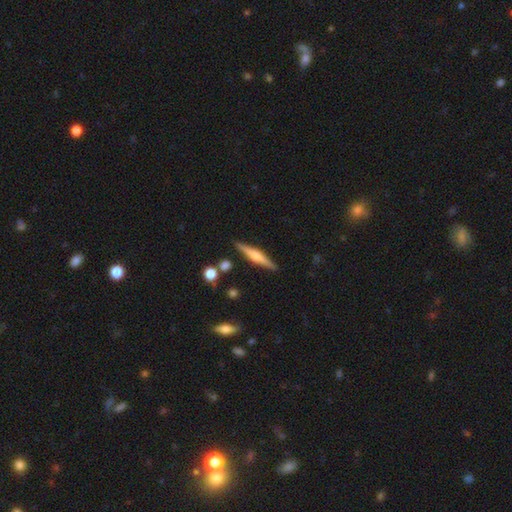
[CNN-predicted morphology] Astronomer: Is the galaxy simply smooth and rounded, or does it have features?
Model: featured or disk — 68%.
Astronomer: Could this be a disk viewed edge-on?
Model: yes — 98%.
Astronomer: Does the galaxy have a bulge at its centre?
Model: rounded — 81%.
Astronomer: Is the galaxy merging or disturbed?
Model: none — 89%.